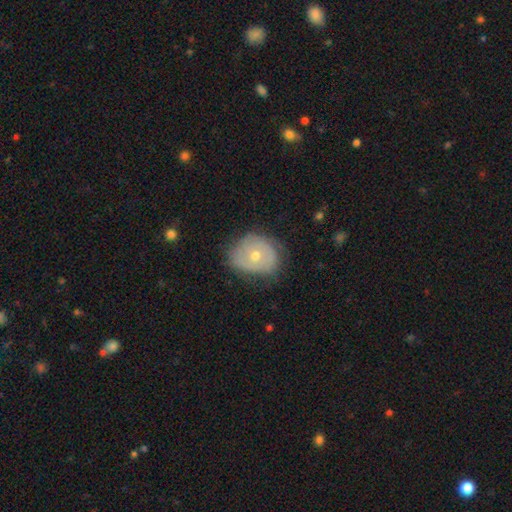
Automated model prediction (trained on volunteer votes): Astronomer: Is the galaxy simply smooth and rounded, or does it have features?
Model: featured or disk — 47% (runner-up: smooth, 45%).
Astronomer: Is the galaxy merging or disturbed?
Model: none — 63%.